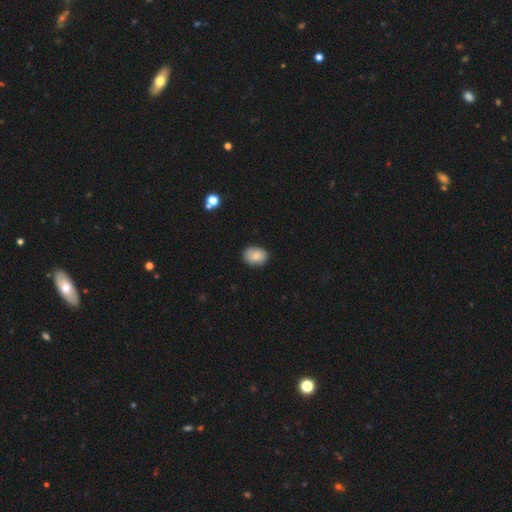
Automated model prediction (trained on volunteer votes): A smooth galaxy with no disk features (82%) that is in between round and cigar-shaped (69%). Merging: none (82%).